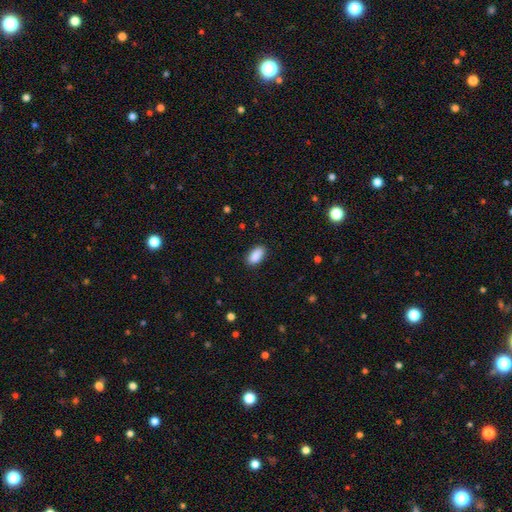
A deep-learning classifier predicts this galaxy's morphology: A smooth galaxy with no disk features (89%) that is in between round and cigar-shaped (93%). Merging: none (85%).